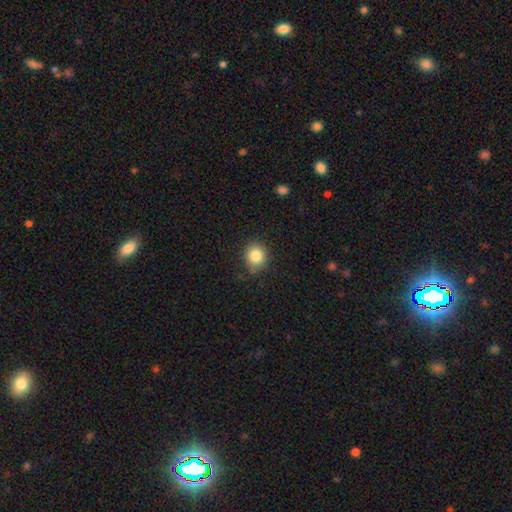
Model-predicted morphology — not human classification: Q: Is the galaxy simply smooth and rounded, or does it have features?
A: smooth — 83%.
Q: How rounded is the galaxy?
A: round — 82%.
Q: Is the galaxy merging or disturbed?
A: none — 82%.